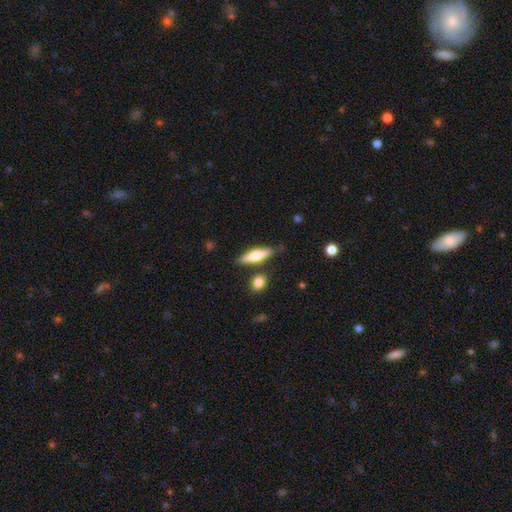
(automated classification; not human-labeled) Morphology: type=smooth (53%); roundness=cigar-shaped (64%); merging=none (79%).